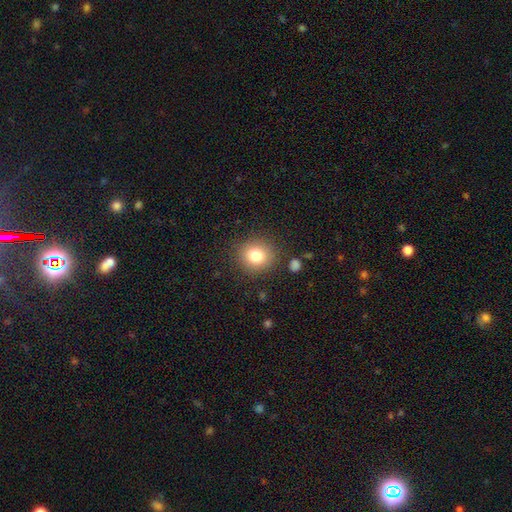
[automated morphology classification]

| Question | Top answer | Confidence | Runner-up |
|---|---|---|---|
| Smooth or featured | smooth | 79% | star or artifact (12%) |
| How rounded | round | 85% | in between (14%) |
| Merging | none | 86% | minor disturbance (8%) |